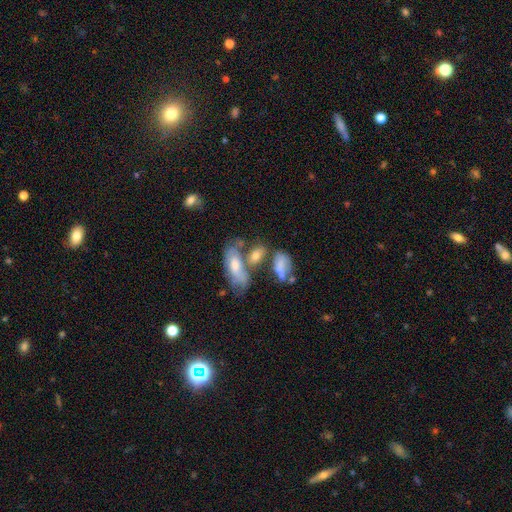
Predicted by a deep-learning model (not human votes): Smooth or featured? smooth (62%)
How rounded? in between (83%)
Merging? merger (40%)